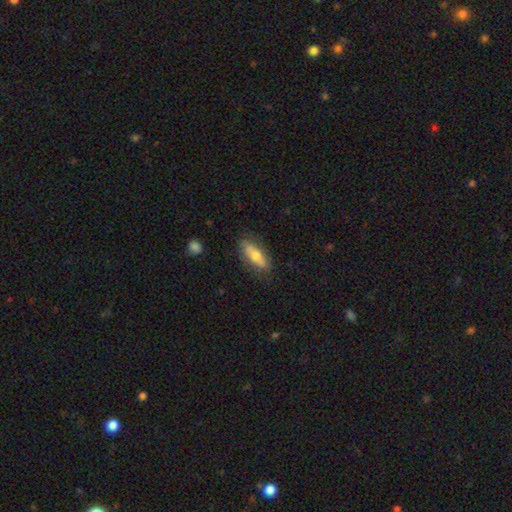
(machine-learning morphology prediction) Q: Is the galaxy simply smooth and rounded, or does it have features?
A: smooth — 61%.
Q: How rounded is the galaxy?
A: in between — 59%.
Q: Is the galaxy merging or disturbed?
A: none — 78%.